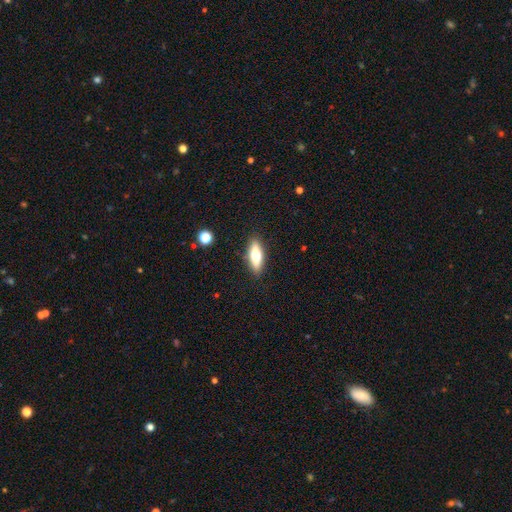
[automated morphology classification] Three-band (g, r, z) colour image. It shows a smooth galaxy with no disk features (63%) that is in between round and cigar-shaped (61%). Merging: none (87%).